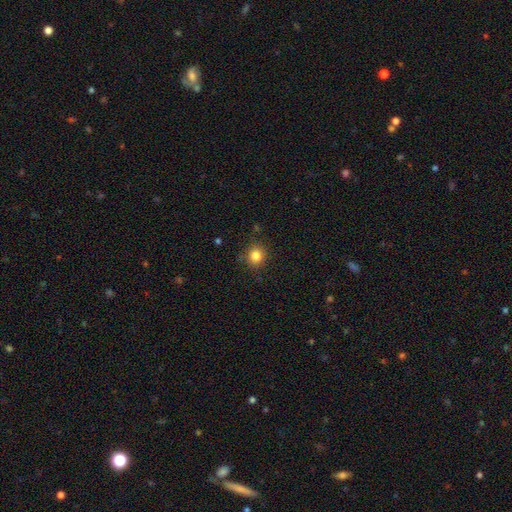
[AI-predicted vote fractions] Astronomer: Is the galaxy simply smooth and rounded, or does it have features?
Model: smooth — 84%.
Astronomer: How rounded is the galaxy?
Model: round — 86%.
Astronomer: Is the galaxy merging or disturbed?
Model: none — 86%.